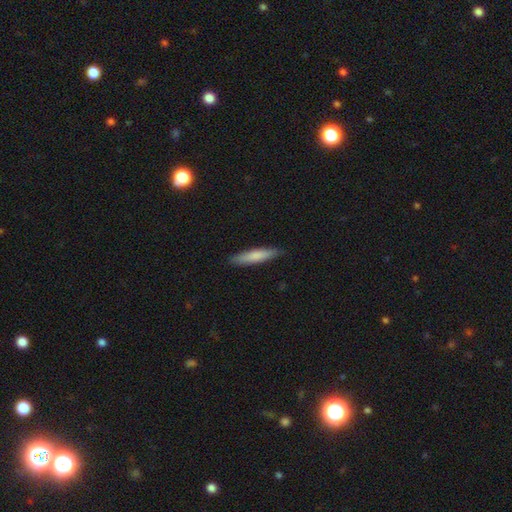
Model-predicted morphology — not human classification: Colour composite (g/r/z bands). It shows a smooth galaxy with no disk features (77%) that is cigar-shaped (85%). Merging: none (88%).